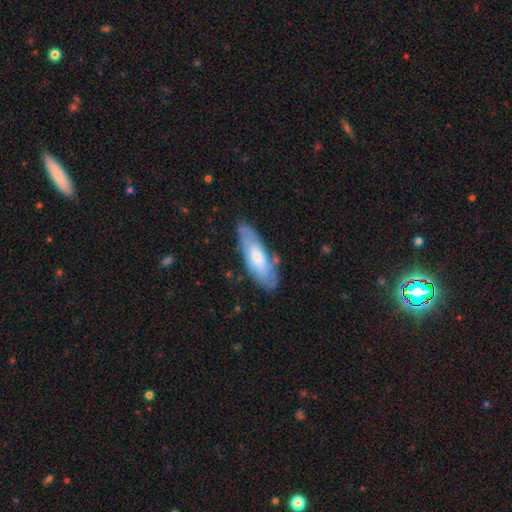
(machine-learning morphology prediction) The model was most divided on "smooth or featured": smooth: 51%, featured or disk: 43%, star or artifact: 6%. More confident: merging — none (76%); how rounded — in between (55%).